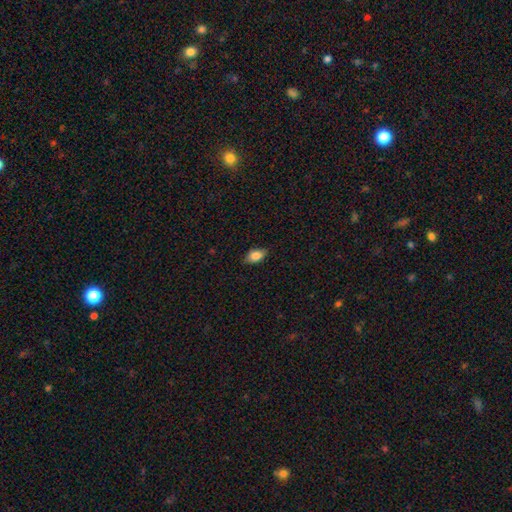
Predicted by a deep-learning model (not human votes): The model was most divided on "merging": none: 83%, minor disturbance: 14%, major disturbance: 2%, merger: 1%. More confident: how rounded — in between (89%); smooth or featured — smooth (82%).